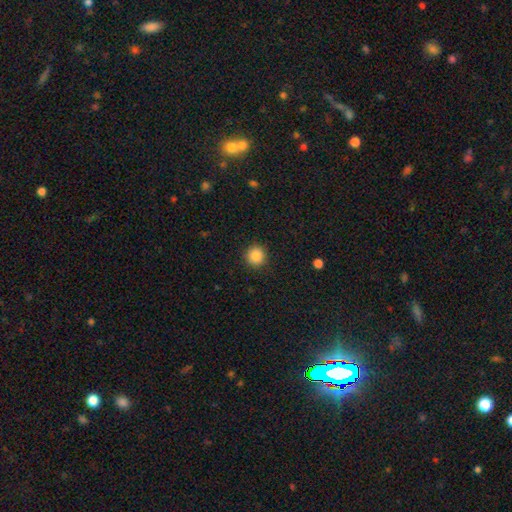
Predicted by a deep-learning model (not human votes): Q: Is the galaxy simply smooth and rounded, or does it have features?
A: smooth — 87%.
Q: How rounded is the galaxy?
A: round — 93%.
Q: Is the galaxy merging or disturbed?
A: none — 91%.